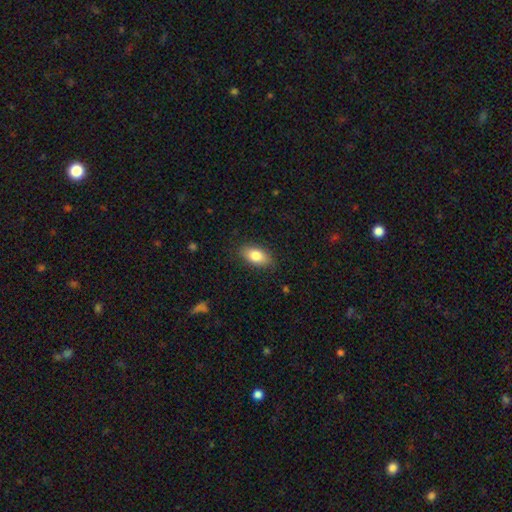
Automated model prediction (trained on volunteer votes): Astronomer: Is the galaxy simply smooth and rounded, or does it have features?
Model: smooth — 81%.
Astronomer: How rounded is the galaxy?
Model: in between — 90%.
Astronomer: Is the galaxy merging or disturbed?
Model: none — 83%.